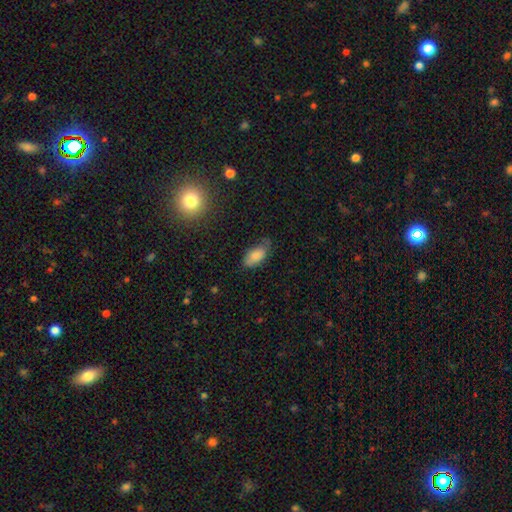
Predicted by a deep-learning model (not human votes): This appears to be a smooth galaxy with no disk features (82%) that is in between round and cigar-shaped (91%). Merging: none (60%).